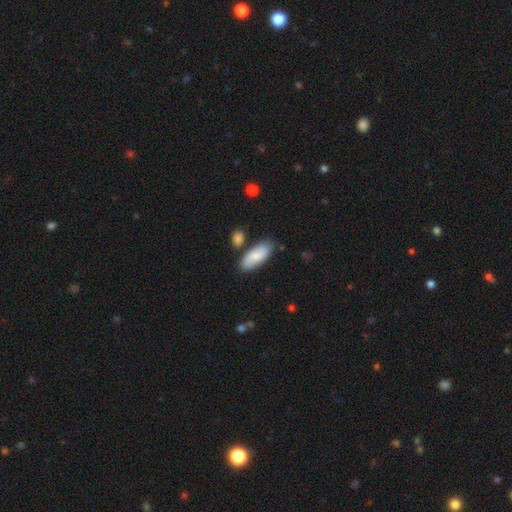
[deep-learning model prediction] This is likely a smooth galaxy (74%). How rounded: clearly in between (82%). Merging: likely none (77%).